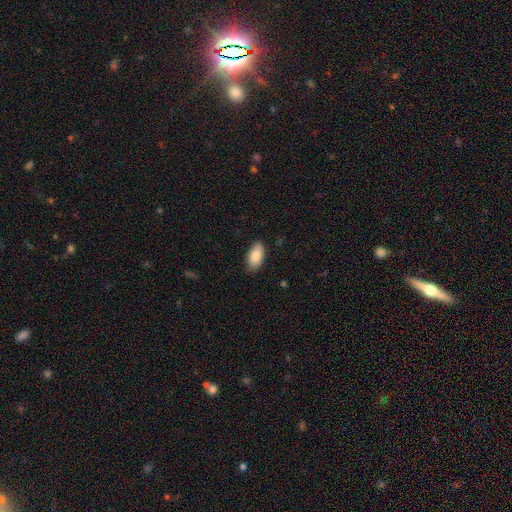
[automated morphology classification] Smooth or featured? Predicted: smooth (p=0.86). How rounded? Predicted: in between (p=0.94). Merging? Predicted: none (p=0.86).